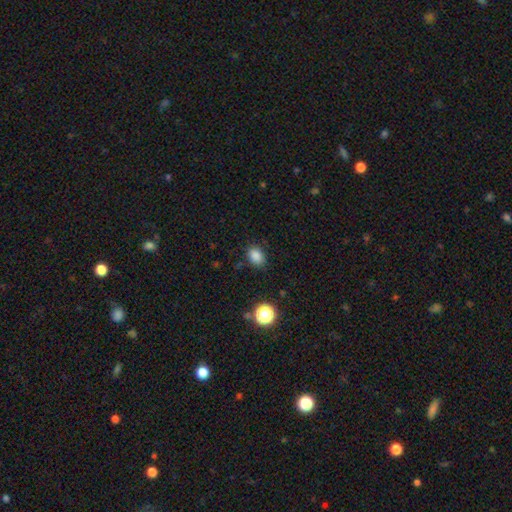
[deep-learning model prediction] This is clearly a smooth galaxy (85%). How rounded: likely in between (66%). Merging: clearly none (84%).